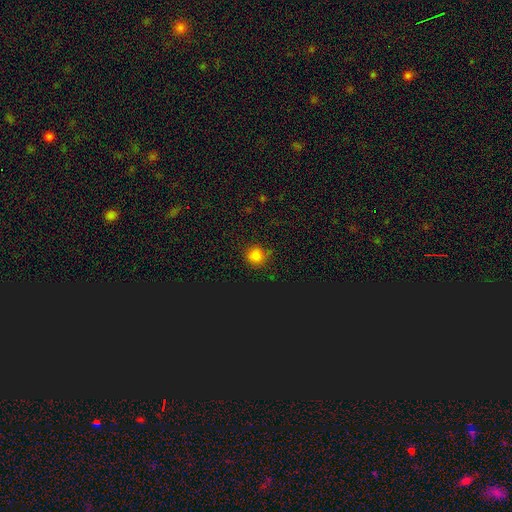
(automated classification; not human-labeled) Overall: smooth (76%). How rounded: round (91%). Merging: none (83%).